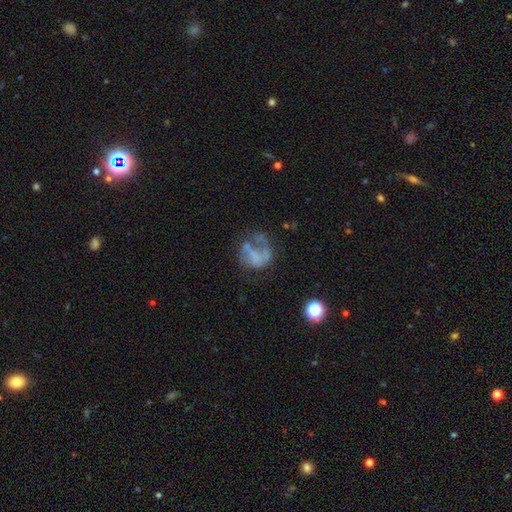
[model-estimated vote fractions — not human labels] This is possibly a featured or disk galaxy (55%). It is clearly not viewed edge-on (98%). Bar: likely no (79%). Spiral arm pattern: likely no (67%). Central bulge: likely none (77%). Merging: marginally major disturbance (39%).